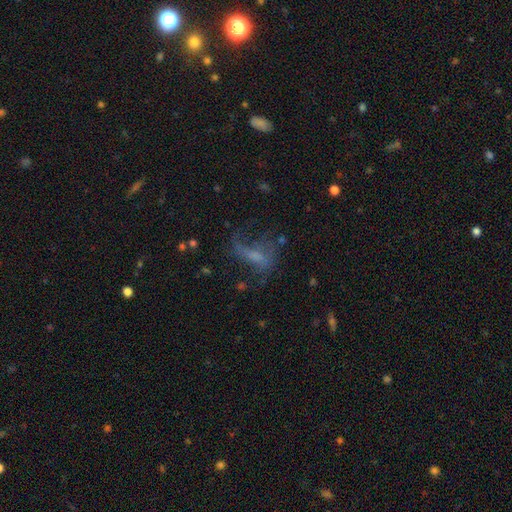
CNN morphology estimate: featured or disk 48%, smooth 34%, star or artifact 19%. Down the decision tree: merging — major disturbance (40%).